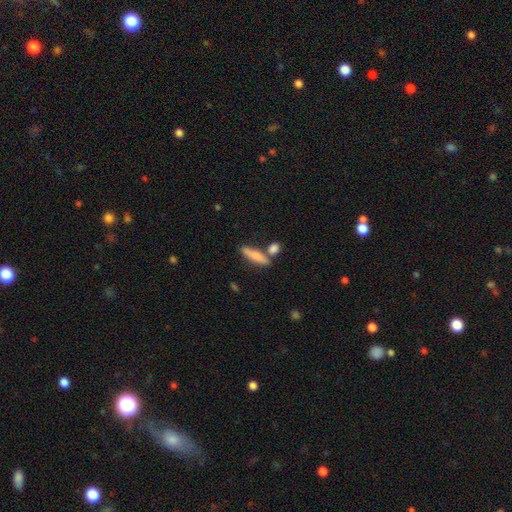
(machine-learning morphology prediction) Smooth or featured? Predicted: smooth (p=0.76). How rounded? Predicted: cigar-shaped (p=0.64). Merging? Predicted: none (p=0.62).